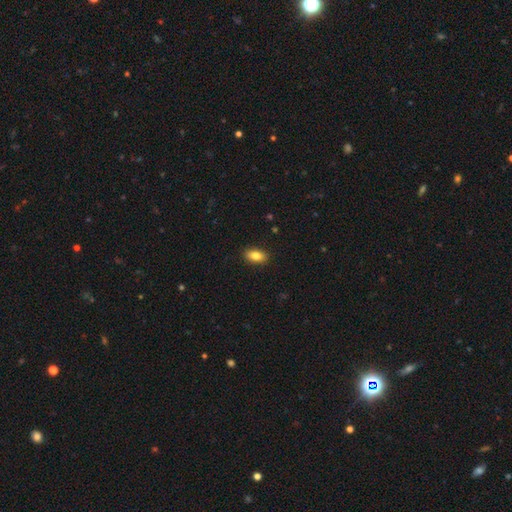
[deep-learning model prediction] Overall: smooth (84%). How rounded: in between (89%). Merging: none (89%).